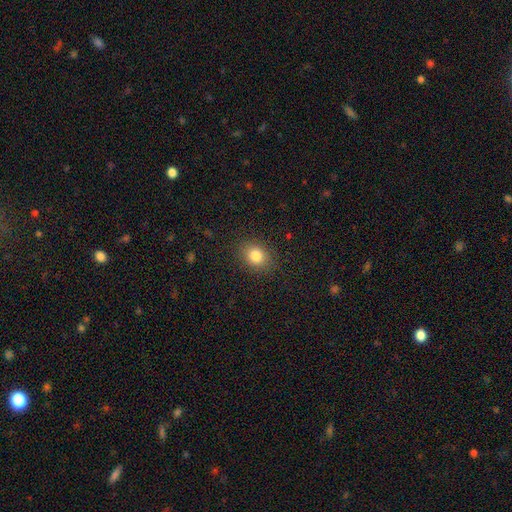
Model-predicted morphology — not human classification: The model was most divided on "how rounded": round: 53%, in between: 46%, cigar-shaped: 1%. More confident: merging — none (87%); smooth or featured — smooth (83%).